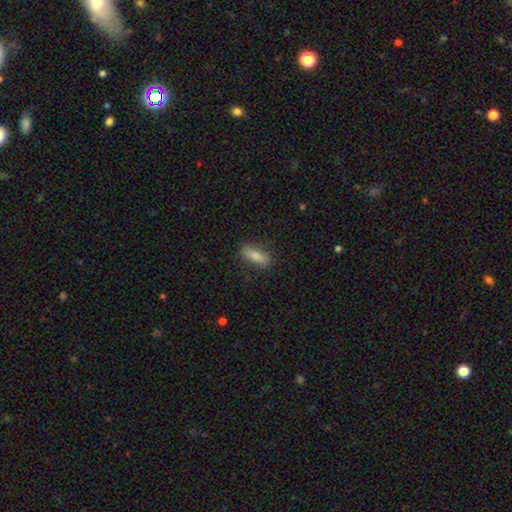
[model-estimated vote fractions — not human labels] A smooth galaxy with no disk features (77%) that is in between round and cigar-shaped (56%). Merging: none (84%).